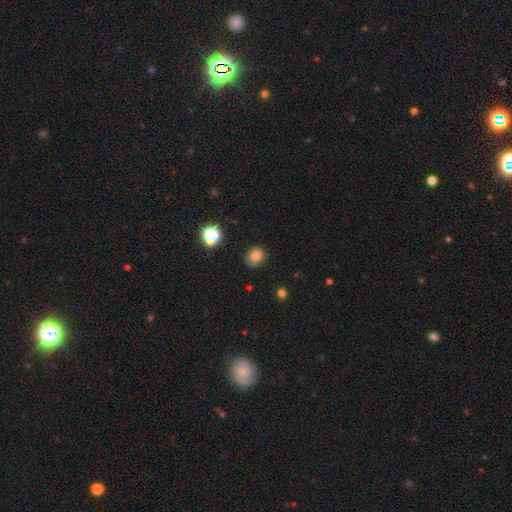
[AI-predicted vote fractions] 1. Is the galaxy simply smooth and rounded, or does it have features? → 78% smooth, 15% star or artifact, 7% featured or disk.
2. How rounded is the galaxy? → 76% round, 23% in between, 1% cigar-shaped.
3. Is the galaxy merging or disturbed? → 80% none, 15% minor disturbance, 4% major disturbance, 2% merger.